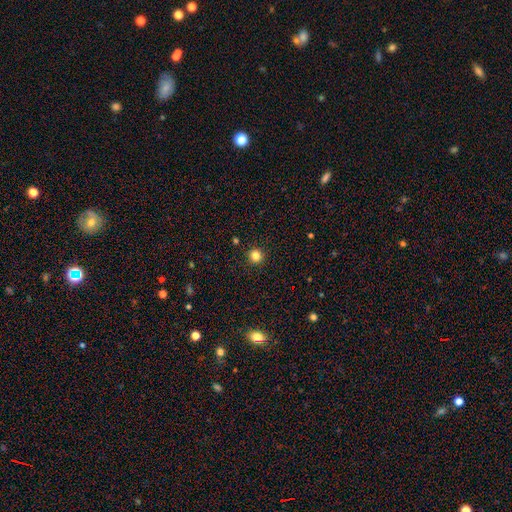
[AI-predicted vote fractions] This appears to be a smooth galaxy with no disk features (83%) that is round (95%). Merging: none (92%).